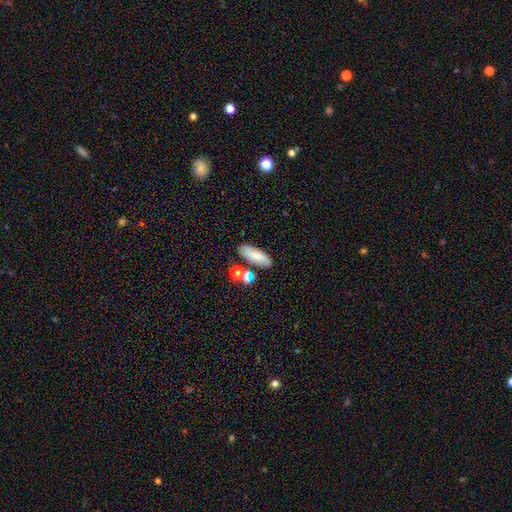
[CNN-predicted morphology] Smooth or featured: smooth — 73% (featured or disk — 17%)
How rounded: in between — 61% (cigar-shaped — 35%)
Merging: none — 73% (minor disturbance — 13%)